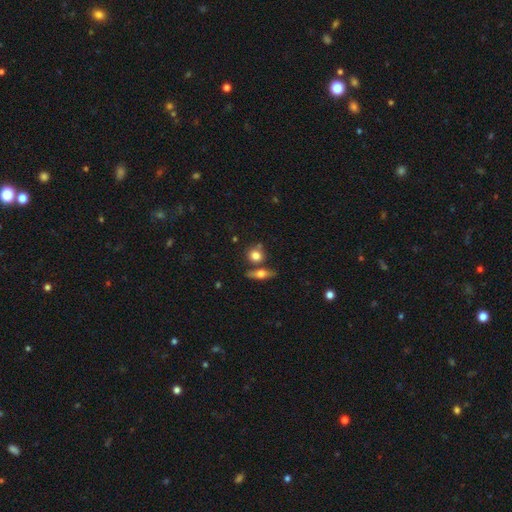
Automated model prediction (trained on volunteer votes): This appears to be a smooth galaxy with no disk features (74%) that is round (74%). Merging: none (61%).